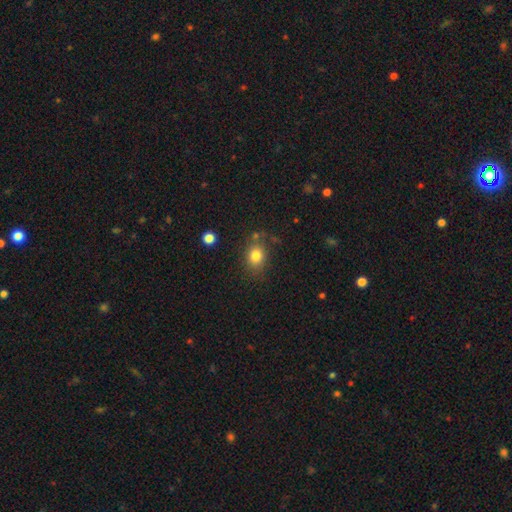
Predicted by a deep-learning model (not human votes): A smooth galaxy with no disk features (82%) that is round (58%). Merging: none (75%).